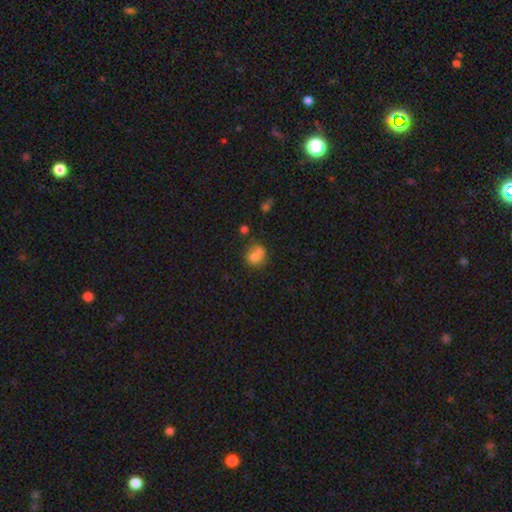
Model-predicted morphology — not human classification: The model was most divided on "merging": none: 40%, merger: 33%, minor disturbance: 17%, major disturbance: 9%. More confident: smooth or featured — smooth (73%); how rounded — round (72%).